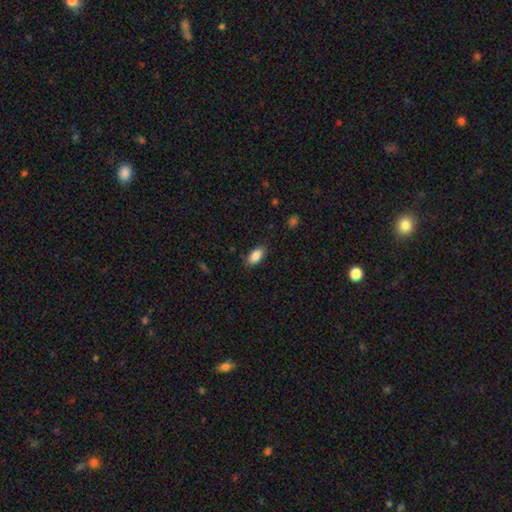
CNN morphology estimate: The model was most divided on "merging": none: 84%, minor disturbance: 12%, major disturbance: 3%, merger: 1%. More confident: how rounded — in between (91%); smooth or featured — smooth (87%).